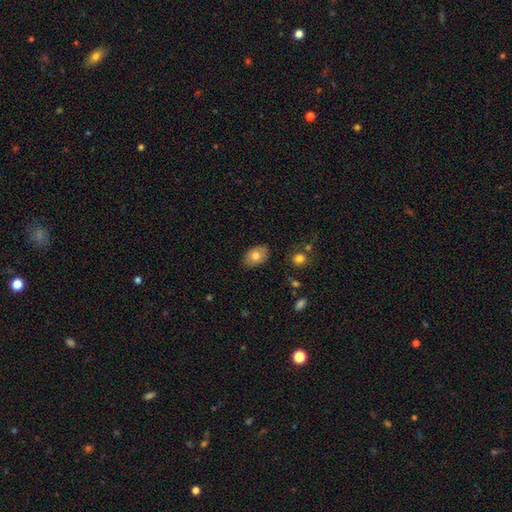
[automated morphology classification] smooth_or_featured: smooth (p=0.73) [alt: featured or disk p=0.19]
how_rounded: in between (p=0.86) [alt: round p=0.13]
merging: none (p=0.83) [alt: minor disturbance p=0.13]